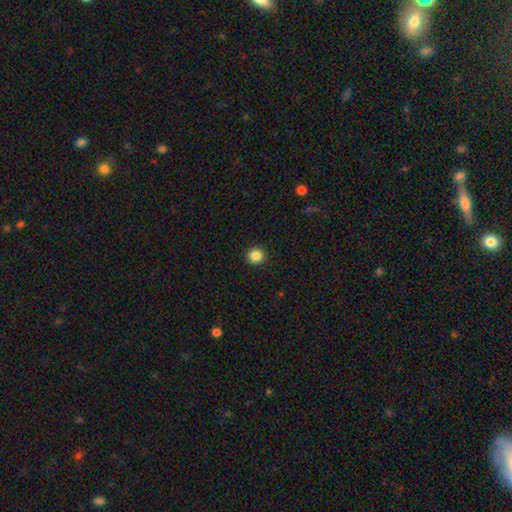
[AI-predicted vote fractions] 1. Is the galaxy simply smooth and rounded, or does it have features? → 86% smooth, 10% star or artifact, 4% featured or disk.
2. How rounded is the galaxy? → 91% round, 8% in between, 1% cigar-shaped.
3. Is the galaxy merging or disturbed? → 93% none, 5% minor disturbance, 2% major disturbance, 1% merger.